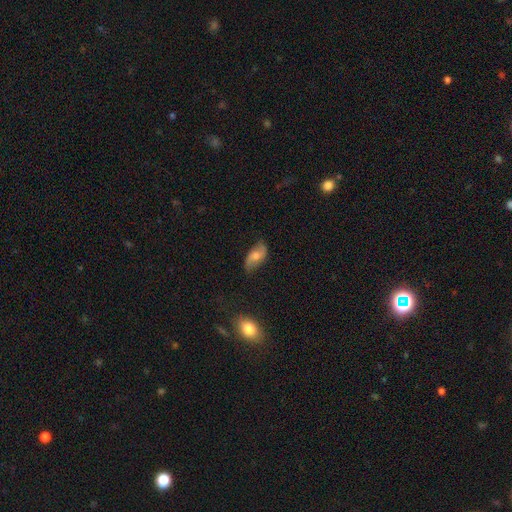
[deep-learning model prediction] smooth-or-featured: smooth: 49% | featured or disk: 44% | star or artifact: 8%
  merging: none: 73% | minor disturbance: 20% | major disturbance: 5% | merger: 2%